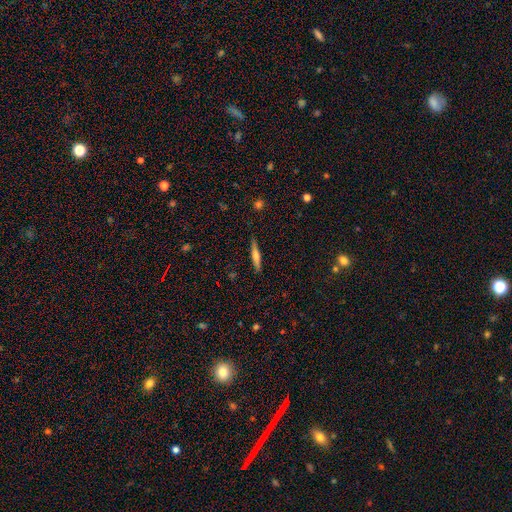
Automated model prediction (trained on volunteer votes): Smooth or featured: smooth — 52% (featured or disk — 41%)
How rounded: cigar-shaped — 90% (in between — 8%)
Merging: none — 88% (minor disturbance — 9%)